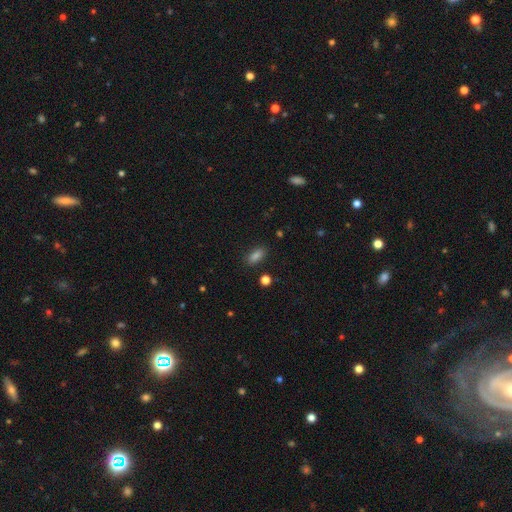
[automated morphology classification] A smooth galaxy with no disk features (83%) that is in between round and cigar-shaped (85%). Merging: none (87%).